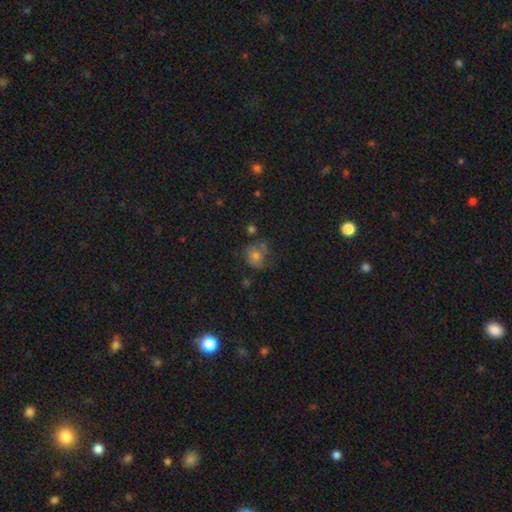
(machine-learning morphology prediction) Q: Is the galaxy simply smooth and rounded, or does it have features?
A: smooth — 56%.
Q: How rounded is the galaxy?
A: round — 71%.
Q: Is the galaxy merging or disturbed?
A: none — 50%.